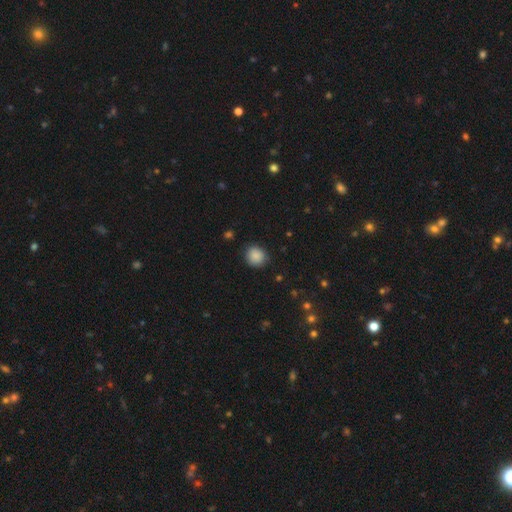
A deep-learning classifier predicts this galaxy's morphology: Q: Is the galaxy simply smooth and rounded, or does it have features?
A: smooth — 88%.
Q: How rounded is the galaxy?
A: round — 85%.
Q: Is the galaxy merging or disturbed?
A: none — 85%.